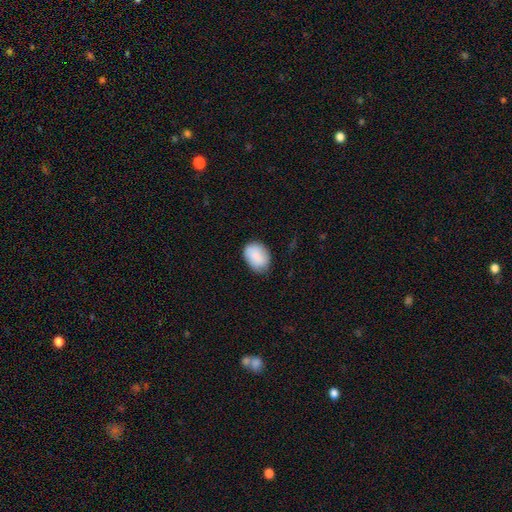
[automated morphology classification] A smooth galaxy with no disk features (87%) that is in between round and cigar-shaped (71%).

Vote fractions:
- Smooth or featured? smooth: 87% / featured or disk: 7% / star or artifact: 7%
- How rounded? in between: 71% / round: 28% / cigar-shaped: 1%
- Merging? none: 70% / minor disturbance: 24% / major disturbance: 5% / merger: 1%